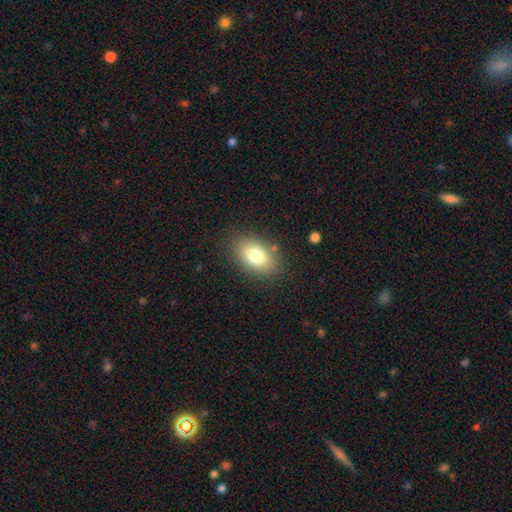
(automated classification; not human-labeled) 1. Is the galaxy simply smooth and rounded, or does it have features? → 78% smooth, 13% featured or disk, 10% star or artifact.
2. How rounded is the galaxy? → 86% in between, 12% round, 2% cigar-shaped.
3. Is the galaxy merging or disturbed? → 83% none, 11% minor disturbance, 4% major disturbance, 2% merger.